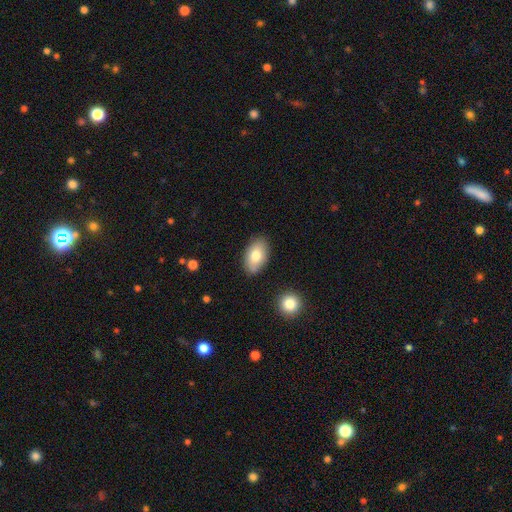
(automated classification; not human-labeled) This appears to be a smooth galaxy with no disk features (79%) that is in between round and cigar-shaped (93%). Merging: none (80%).